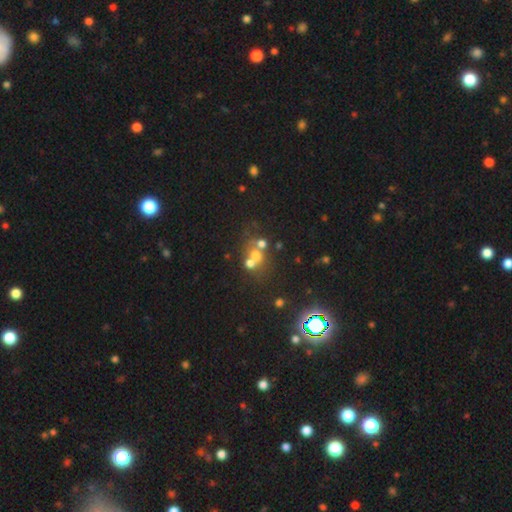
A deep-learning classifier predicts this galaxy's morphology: This appears to be a smooth galaxy with no disk features (53%) that is round (73%). Merging: merger (49%).